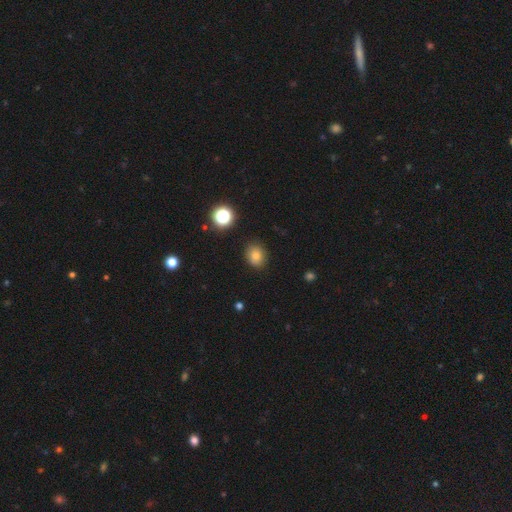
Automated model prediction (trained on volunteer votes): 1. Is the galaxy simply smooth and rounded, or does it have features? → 79% smooth, 14% star or artifact, 7% featured or disk.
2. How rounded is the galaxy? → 57% round, 42% in between, 1% cigar-shaped.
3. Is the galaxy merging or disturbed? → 87% none, 9% minor disturbance, 3% major disturbance, 2% merger.